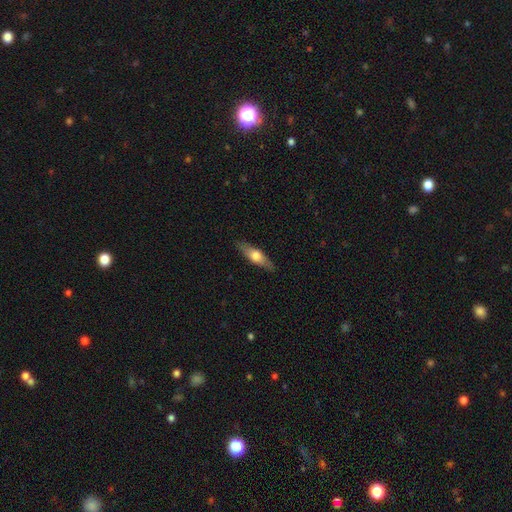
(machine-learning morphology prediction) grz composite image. It shows a smooth galaxy with no disk features (48%). Merging: none (88%).